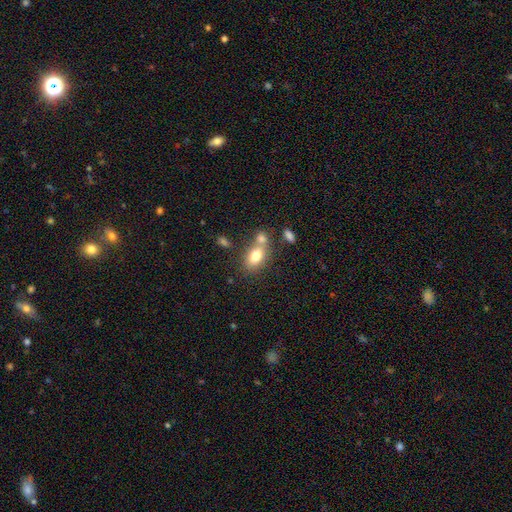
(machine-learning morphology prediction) smooth 77%, featured or disk 15%, star or artifact 9%. Down the decision tree: how rounded — in between (83%); merging — none (48%).